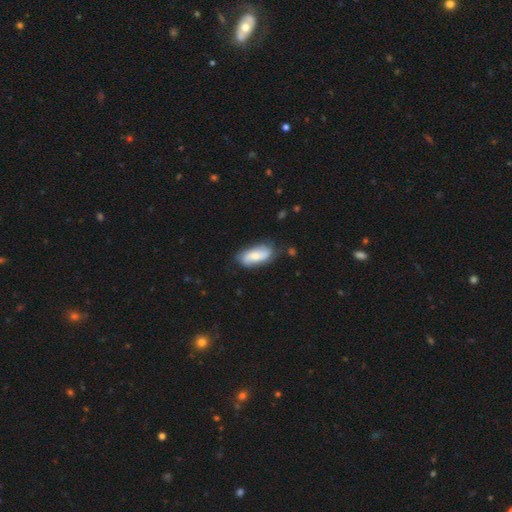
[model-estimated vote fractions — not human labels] Smooth or featured?
  - smooth: 53% *
  - featured or disk: 40%
  - star or artifact: 6%
How rounded?
  - in between: 85% *
  - cigar-shaped: 12%
  - round: 3%
Merging?
  - none: 75% *
  - minor disturbance: 18%
  - major disturbance: 4%
  - merger: 2%